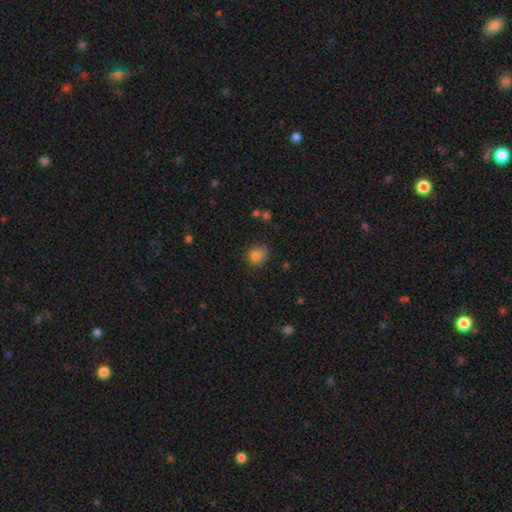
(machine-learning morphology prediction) smooth-or-featured: smooth: 81% | star or artifact: 12% | featured or disk: 7%
  how-rounded: round: 73% | in between: 26% | cigar-shaped: 1%
  merging: none: 61% | minor disturbance: 26% | major disturbance: 8% | merger: 5%